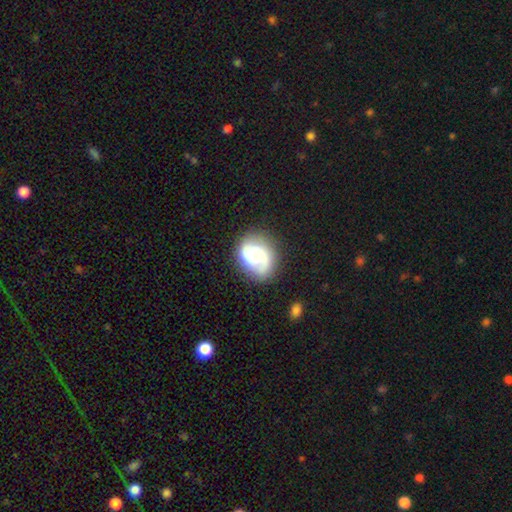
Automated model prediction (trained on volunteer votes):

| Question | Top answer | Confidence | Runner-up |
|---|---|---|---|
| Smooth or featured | featured or disk | 65% | smooth (28%) |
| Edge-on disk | no | 98% | yes (2%) |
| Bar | no | 63% | weak (30%) |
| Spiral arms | yes | 86% | no (14%) |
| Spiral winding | medium | 43% | tight (33%) |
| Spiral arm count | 2 | 68% | 1 (14%) |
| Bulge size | small | 43% | moderate (41%) |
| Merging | none | 69% | minor disturbance (19%) |